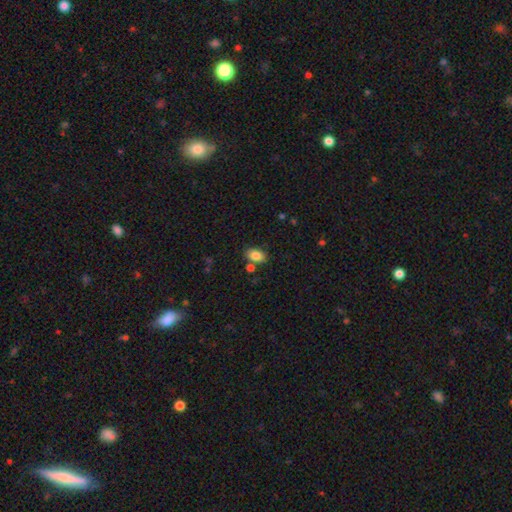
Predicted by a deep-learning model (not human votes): smooth_or_featured: smooth (p=0.85) [alt: star or artifact p=0.08]
how_rounded: in between (p=0.88) [alt: round p=0.11]
merging: none (p=0.74) [alt: minor disturbance p=0.12]